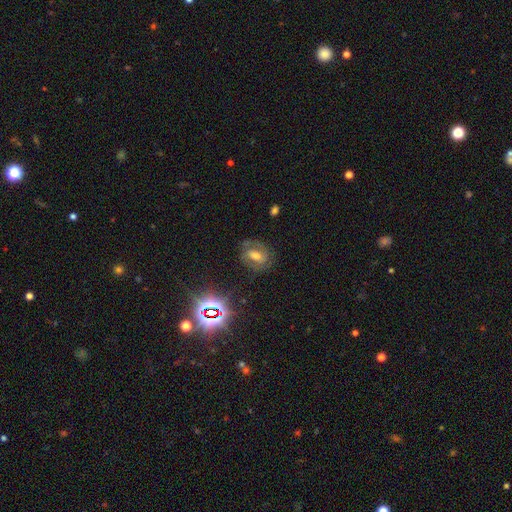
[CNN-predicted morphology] Smooth or featured? Predicted: featured or disk (p=0.58). Edge-on disk? Predicted: no (p=0.95). Bar? Predicted: weak (p=0.42). Spiral arms? Predicted: yes (p=0.81). Bulge size? Predicted: moderate (p=0.56). Merging? Predicted: none (p=0.73).